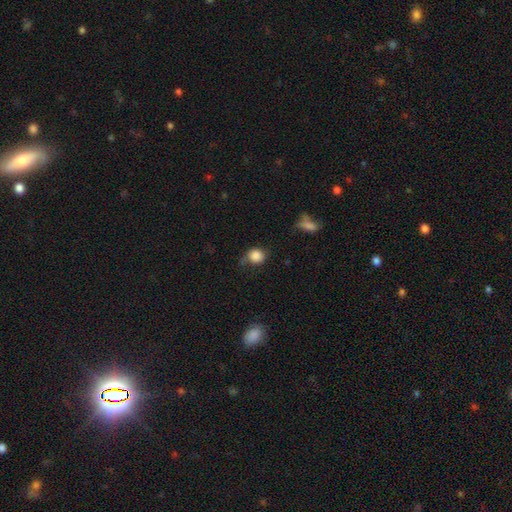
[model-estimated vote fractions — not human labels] smooth_or_featured: smooth (p=0.83) [alt: star or artifact p=0.09]
how_rounded: round (p=0.78) [alt: in between p=0.21]
merging: none (p=0.47) [alt: minor disturbance p=0.33]